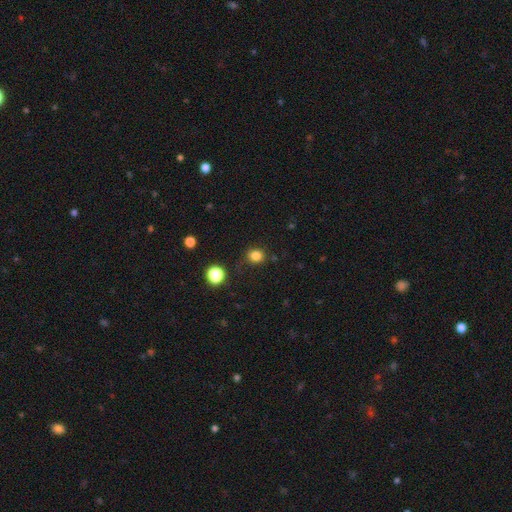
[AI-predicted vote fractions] Morphology: type=smooth (82%); roundness=round (78%); merging=none (81%).